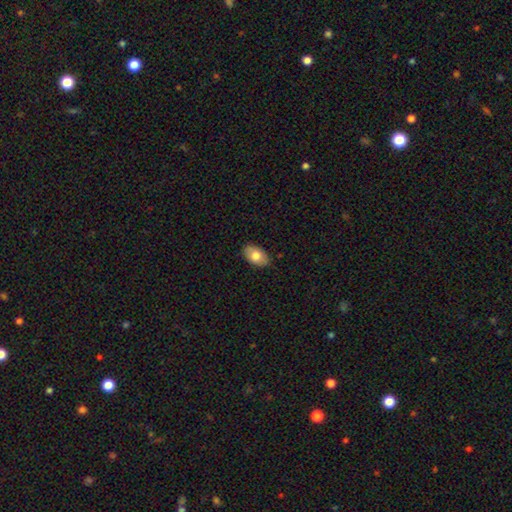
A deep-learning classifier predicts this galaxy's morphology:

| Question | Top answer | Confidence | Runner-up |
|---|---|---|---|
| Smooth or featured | smooth | 78% | featured or disk (16%) |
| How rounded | in between | 91% | round (7%) |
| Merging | none | 86% | minor disturbance (12%) |